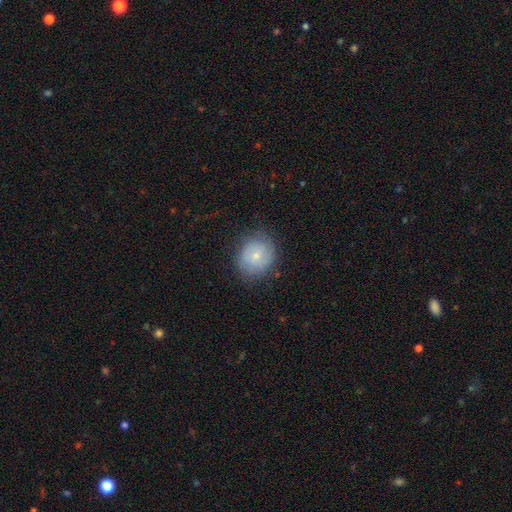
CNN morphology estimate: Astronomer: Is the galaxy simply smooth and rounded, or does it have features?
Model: smooth — 59%.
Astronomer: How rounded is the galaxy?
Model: round — 80%.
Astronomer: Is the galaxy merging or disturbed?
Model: none — 76%.